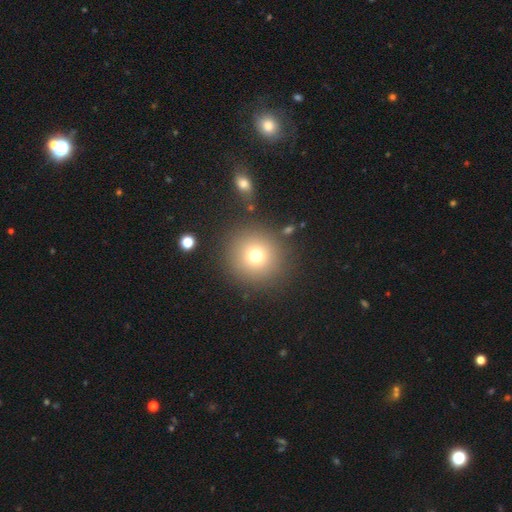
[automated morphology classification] smooth 73%, star or artifact 15%, featured or disk 11%. Down the decision tree: how rounded — round (93%); merging — none (86%).